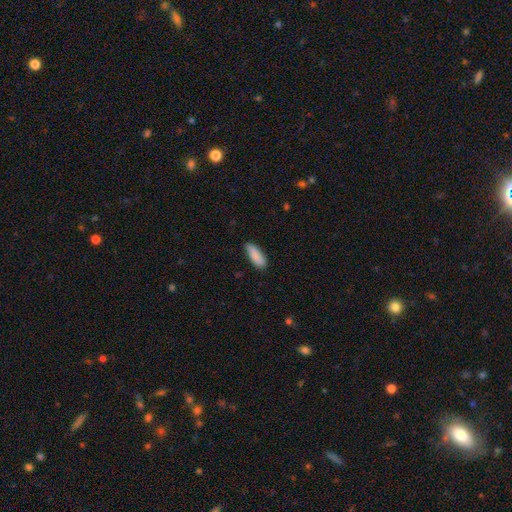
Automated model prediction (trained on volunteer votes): This appears to be a smooth galaxy with no disk features (88%) that is in between round and cigar-shaped (68%). Merging: none (79%).